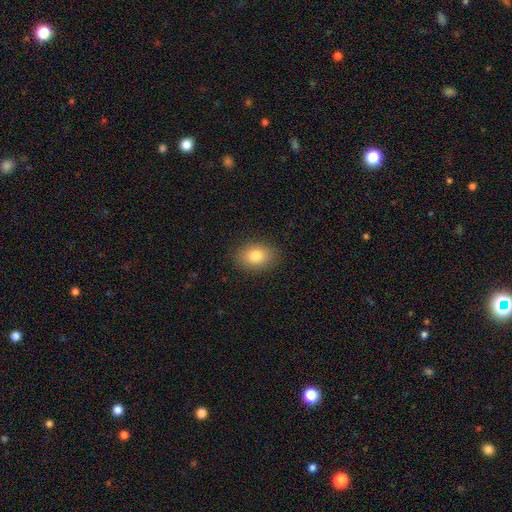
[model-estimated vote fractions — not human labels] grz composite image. It shows a smooth galaxy with no disk features (82%) that is in between round and cigar-shaped (76%). Merging: none (88%).